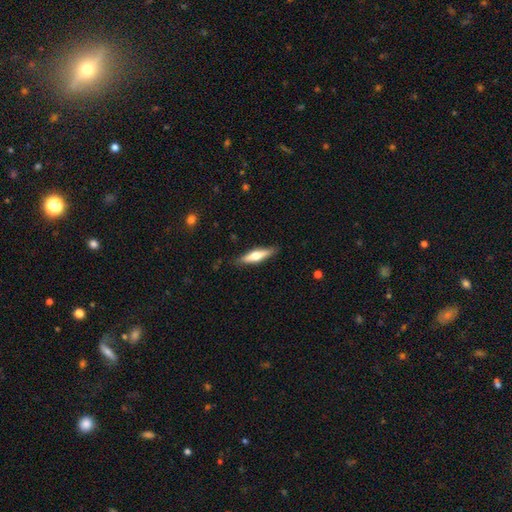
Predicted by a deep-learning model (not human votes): Q: Smooth or featured?
A: smooth (48%); runner-up: featured or disk (47%)
Q: Merging?
A: none (86%); runner-up: minor disturbance (10%)